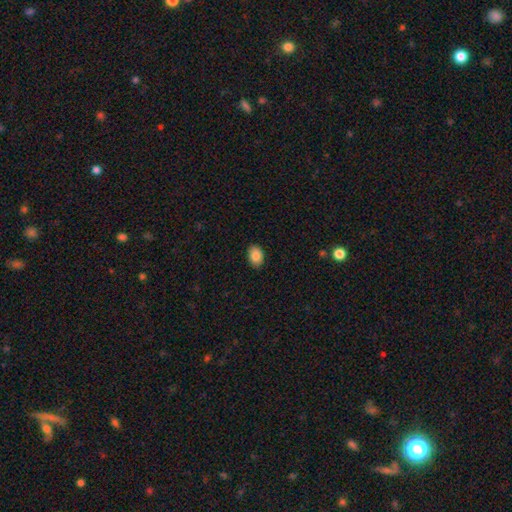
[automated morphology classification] Smooth or featured? smooth (86%)
How rounded? in between (81%)
Merging? none (89%)